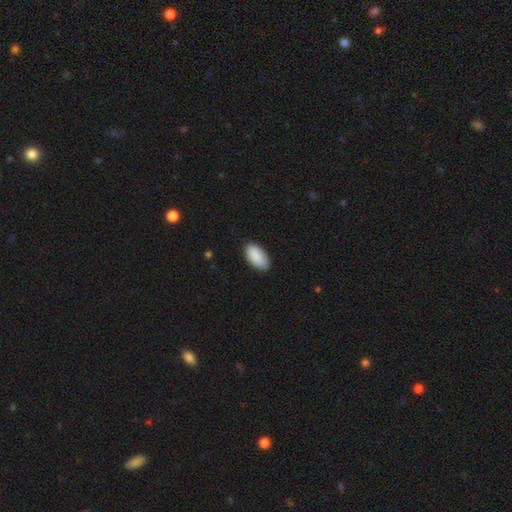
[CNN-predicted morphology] Smooth or featured: smooth — 90% (star or artifact — 6%)
How rounded: in between — 96% (round — 2%)
Merging: none — 84% (minor disturbance — 13%)